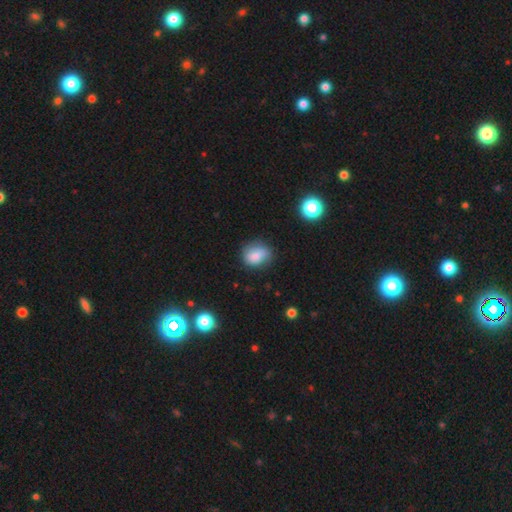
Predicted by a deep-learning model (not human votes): This appears to be a smooth galaxy with no disk features (79%) that is round (50%). Merging: none (64%).